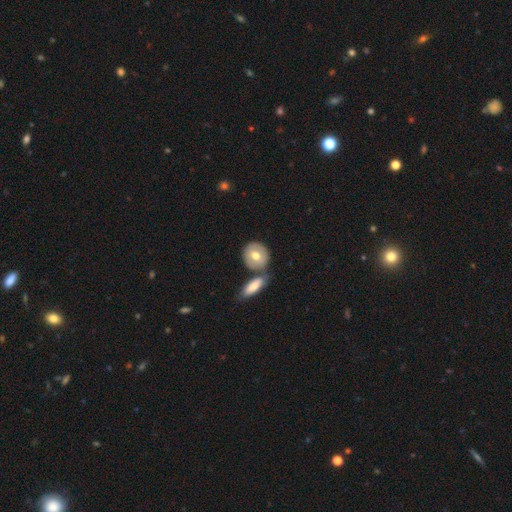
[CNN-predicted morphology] The model was most divided on "merging": none: 60%, merger: 26%, minor disturbance: 11%, major disturbance: 3%. More confident: how rounded — round (72%); smooth or featured — smooth (65%).